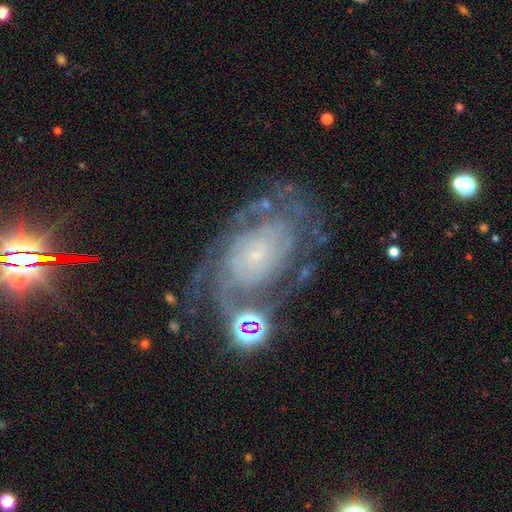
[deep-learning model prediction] A featured or disk galaxy (80%) with no bar (78%), tight (69%) spiral arms (90%) and a small central bulge (82%). Merging: none (59%).